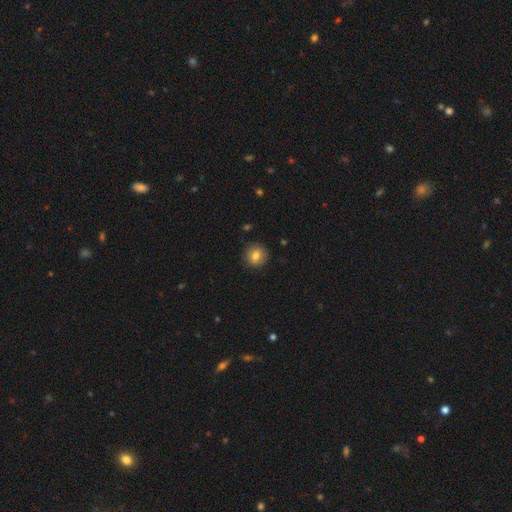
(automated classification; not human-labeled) This appears to be a smooth galaxy with no disk features (77%) that is round (87%). Merging: none (88%).